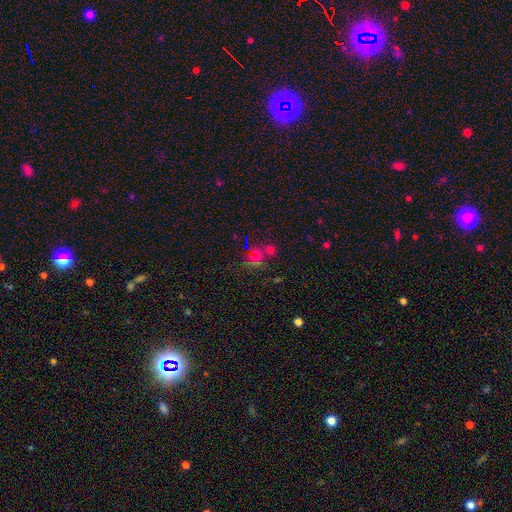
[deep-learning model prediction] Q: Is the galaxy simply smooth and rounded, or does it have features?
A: star or artifact — 45%.